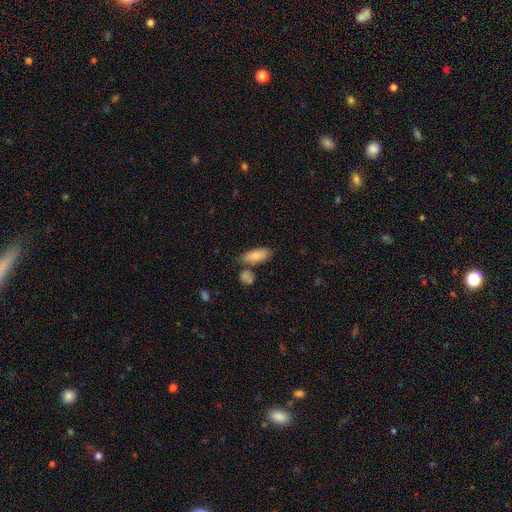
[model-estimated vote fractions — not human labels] Smooth or featured?
  - smooth: 84% *
  - featured or disk: 10%
  - star or artifact: 6%
How rounded?
  - in between: 82% *
  - cigar-shaped: 15%
  - round: 3%
Merging?
  - none: 67% *
  - minor disturbance: 16%
  - merger: 13%
  - major disturbance: 4%